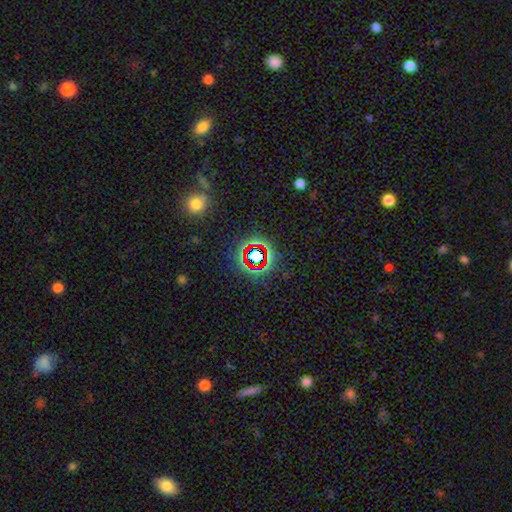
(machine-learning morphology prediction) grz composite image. It shows a star or artifact, not a galaxy (75%).